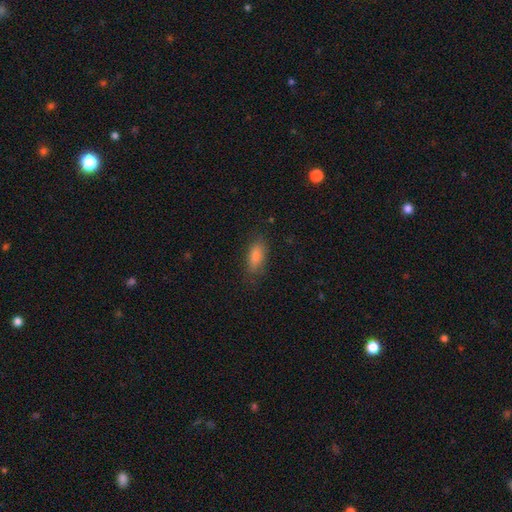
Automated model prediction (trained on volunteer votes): smooth_or_featured: smooth (p=0.81) [alt: featured or disk p=0.10]
how_rounded: in between (p=0.77) [alt: cigar-shaped p=0.20]
merging: none (p=0.80) [alt: minor disturbance p=0.14]